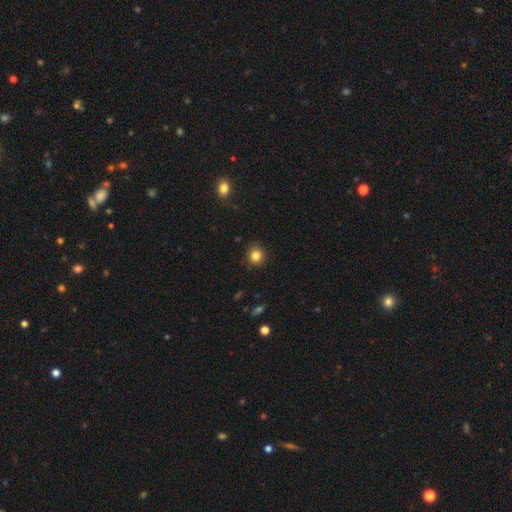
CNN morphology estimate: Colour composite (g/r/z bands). It shows a smooth galaxy with no disk features (83%) that is round (88%). Merging: none (88%).